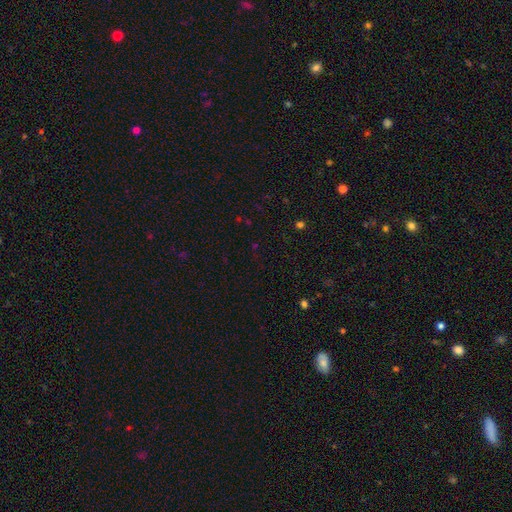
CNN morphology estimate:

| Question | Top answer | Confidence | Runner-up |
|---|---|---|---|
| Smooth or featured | star or artifact | 64% | smooth (29%) |